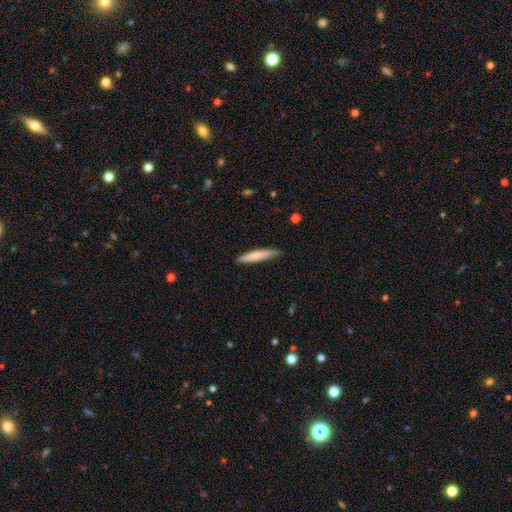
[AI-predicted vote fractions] smooth_or_featured: smooth (p=0.73) [alt: featured or disk p=0.22]
how_rounded: cigar-shaped (p=0.92) [alt: in between p=0.07]
merging: none (p=0.88) [alt: minor disturbance p=0.09]